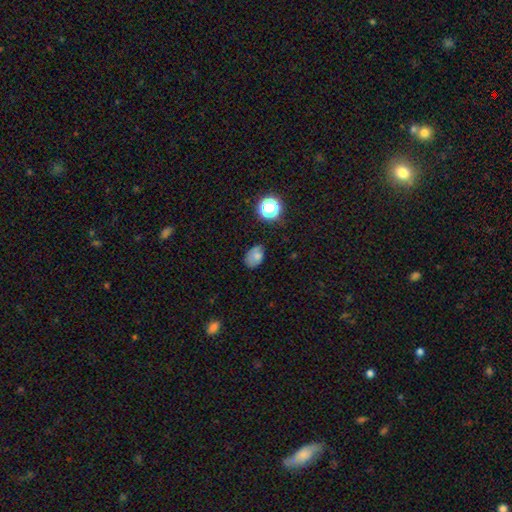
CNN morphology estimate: smooth_or_featured: smooth (p=0.72) [alt: star or artifact p=0.14]
how_rounded: in between (p=0.76) [alt: round p=0.23]
merging: none (p=0.55) [alt: minor disturbance p=0.31]